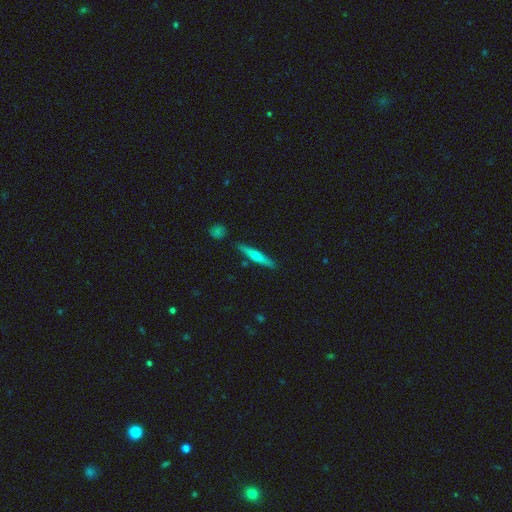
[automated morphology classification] Smooth or featured? smooth (47%, tied with featured or disk)
Merging? none (87%)